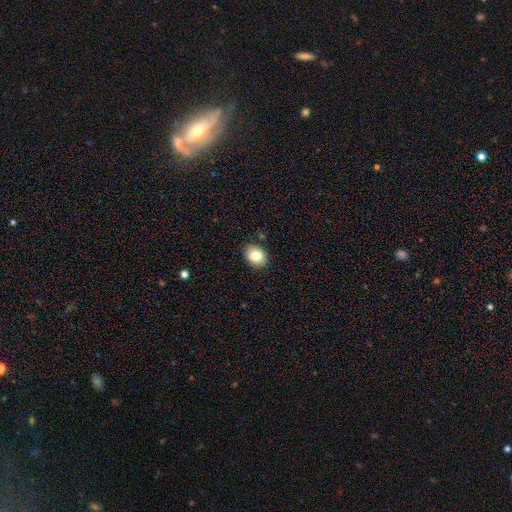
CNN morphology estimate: Q: Smooth or featured?
A: smooth (81%); runner-up: featured or disk (10%)
Q: How rounded?
A: in between (53%); runner-up: round (46%)
Q: Merging?
A: none (87%); runner-up: minor disturbance (9%)